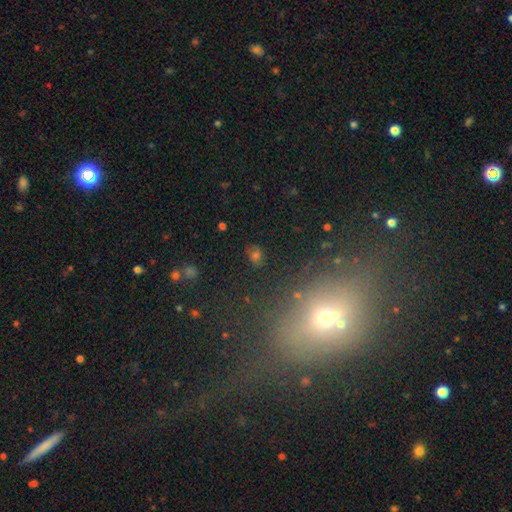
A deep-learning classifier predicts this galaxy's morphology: smooth_or_featured: smooth (p=0.56) [alt: star or artifact p=0.31]
how_rounded: round (p=0.51) [alt: in between p=0.46]
merging: none (p=0.79) [alt: minor disturbance p=0.11]